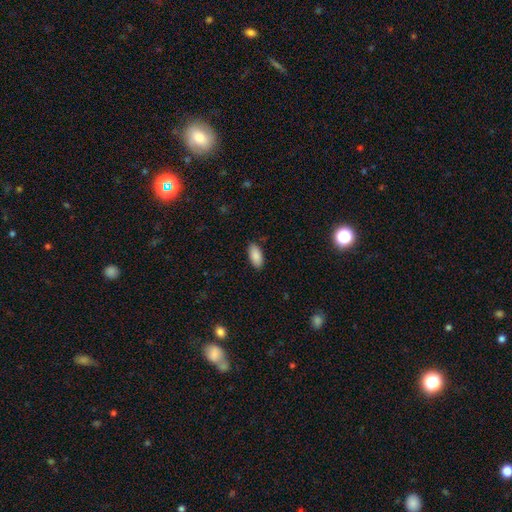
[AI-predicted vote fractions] smooth 89%, star or artifact 7%, featured or disk 4%. Down the decision tree: how rounded — in between (91%); merging — none (88%).